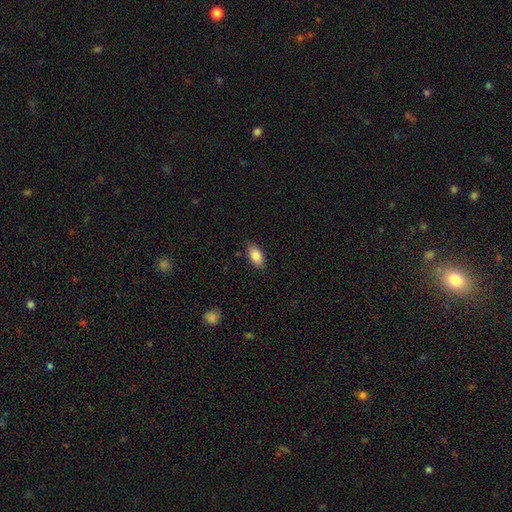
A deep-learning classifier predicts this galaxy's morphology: Overall: smooth (85%). How rounded: in between (92%). Merging: none (85%).